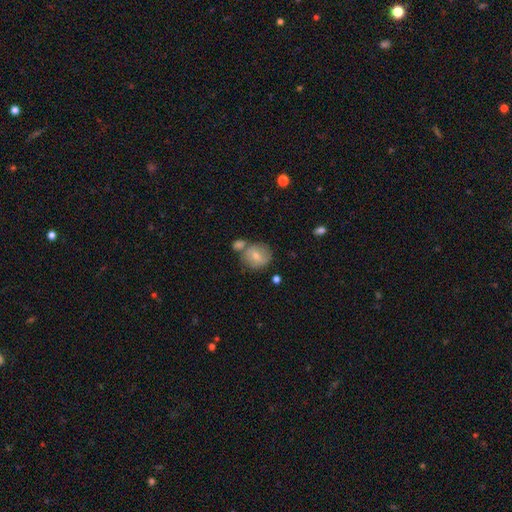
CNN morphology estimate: smooth 70%, featured or disk 22%, star or artifact 8%. Down the decision tree: how rounded — round (74%); merging — none (51%).